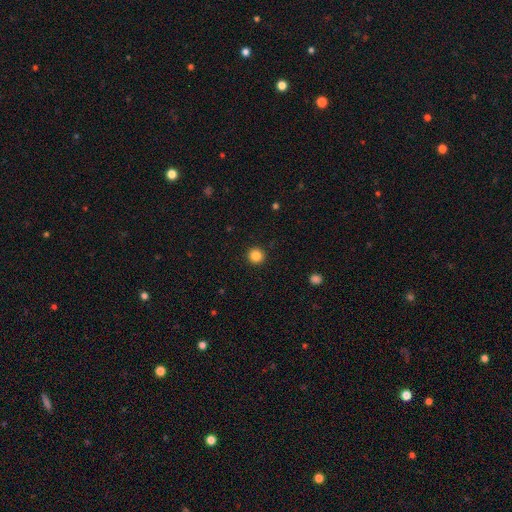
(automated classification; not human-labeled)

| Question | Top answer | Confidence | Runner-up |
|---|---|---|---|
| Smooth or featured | smooth | 86% | star or artifact (11%) |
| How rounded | round | 95% | in between (4%) |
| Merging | none | 93% | minor disturbance (5%) |